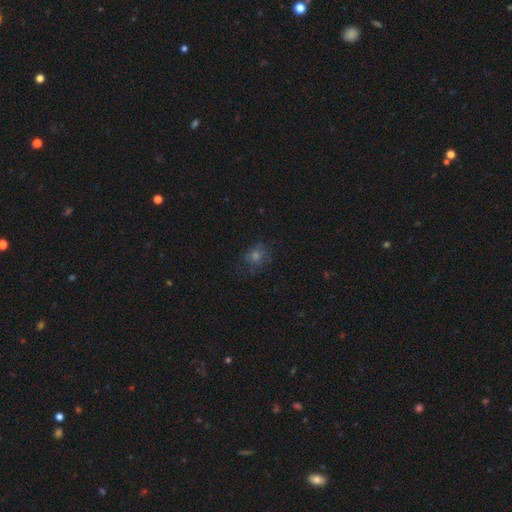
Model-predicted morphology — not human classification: smooth 51%, star or artifact 29%, featured or disk 19%. Down the decision tree: how rounded — round (65%); merging — none (70%).